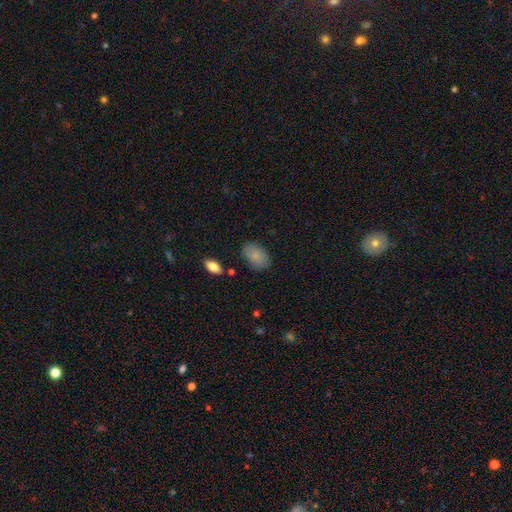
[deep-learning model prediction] A smooth galaxy with no disk features (86%) that is in between round and cigar-shaped (90%).

Vote fractions:
- Smooth or featured? smooth: 86% / featured or disk: 7% / star or artifact: 7%
- How rounded? in between: 90% / round: 9% / cigar-shaped: 1%
- Merging? none: 80% / minor disturbance: 14% / major disturbance: 3% / merger: 2%